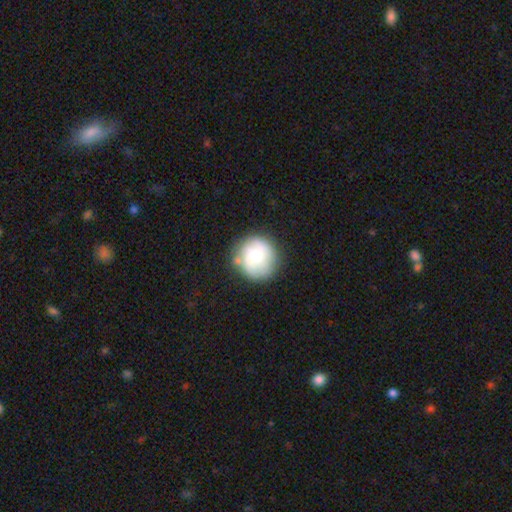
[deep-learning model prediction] smooth 57%, featured or disk 36%, star or artifact 7%. Down the decision tree: how rounded — round (90%); merging — none (70%).